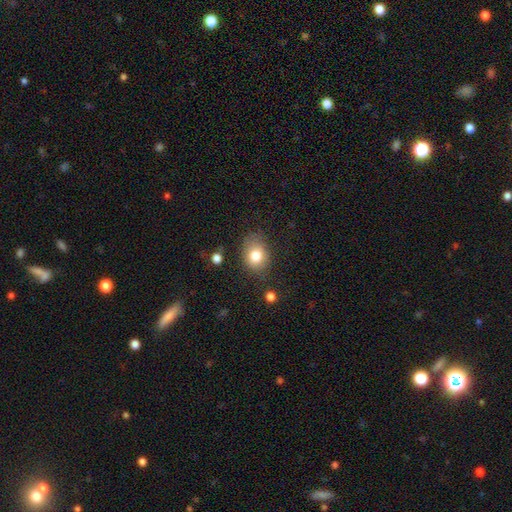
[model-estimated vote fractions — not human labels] smooth 80%, featured or disk 10%, star or artifact 9%. Down the decision tree: how rounded — in between (62%); merging — none (73%).